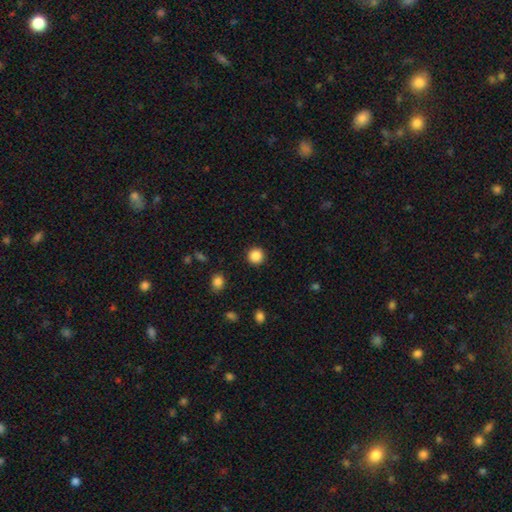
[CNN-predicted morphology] Smooth or featured? Predicted: smooth (p=0.87). How rounded? Predicted: round (p=0.95). Merging? Predicted: none (p=0.92).